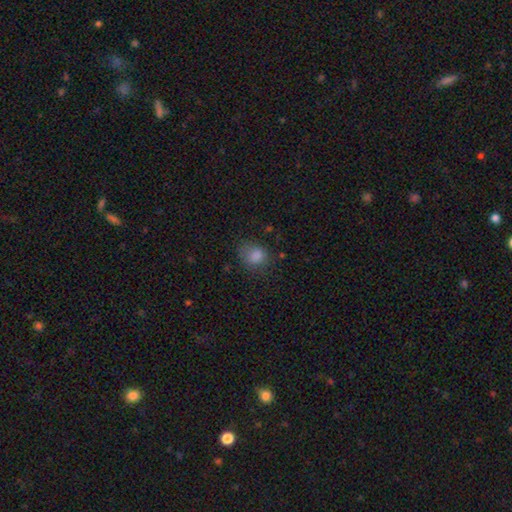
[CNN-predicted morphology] type=smooth (80%); roundness=round (54%); merging=none (60%).